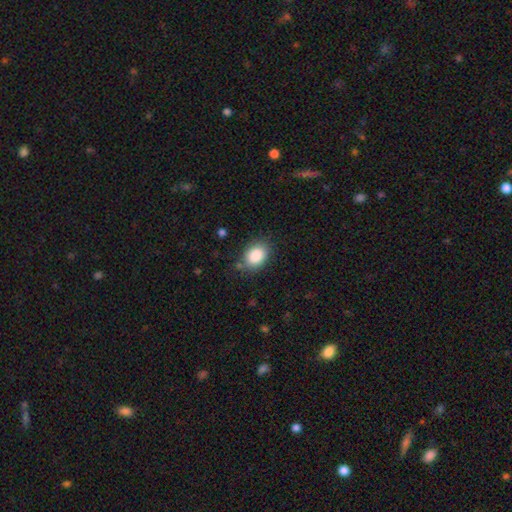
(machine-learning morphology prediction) A smooth galaxy with no disk features (87%) that is in between round and cigar-shaped (73%). Merging: none (79%).